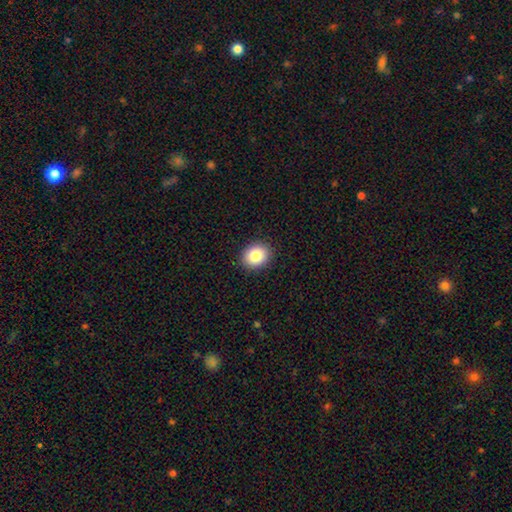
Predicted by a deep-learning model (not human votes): This appears to be a smooth galaxy with no disk features (84%) that is round (58%). Merging: none (91%).